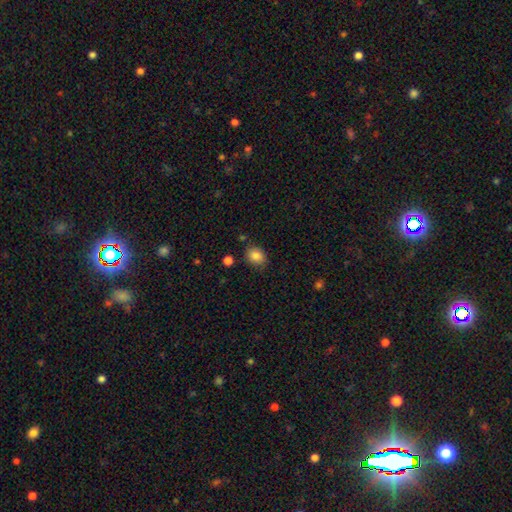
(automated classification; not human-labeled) smooth_or_featured: smooth (p=0.85) [alt: star or artifact p=0.09]
how_rounded: in between (p=0.52) [alt: round p=0.47]
merging: none (p=0.79) [alt: minor disturbance p=0.14]